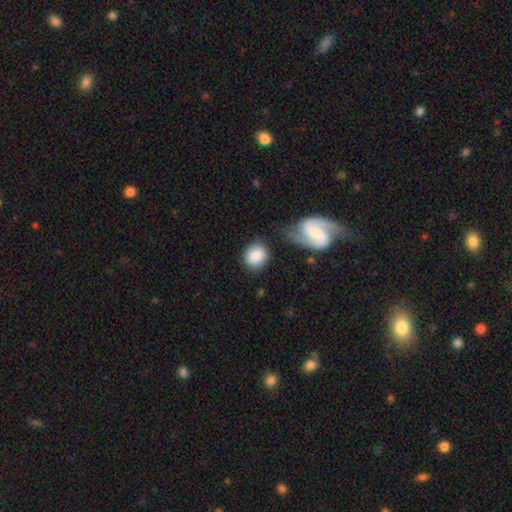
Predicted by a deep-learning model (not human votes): smooth_or_featured: smooth (p=0.84) [alt: featured or disk p=0.10]
how_rounded: round (p=0.71) [alt: in between p=0.28]
merging: none (p=0.67) [alt: minor disturbance p=0.15]